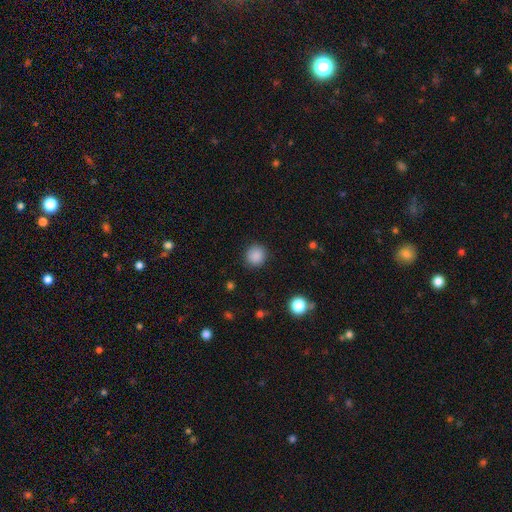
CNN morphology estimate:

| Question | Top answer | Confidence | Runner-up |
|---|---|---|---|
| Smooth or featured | smooth | 88% | star or artifact (9%) |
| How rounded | round | 92% | in between (7%) |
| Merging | none | 90% | minor disturbance (6%) |